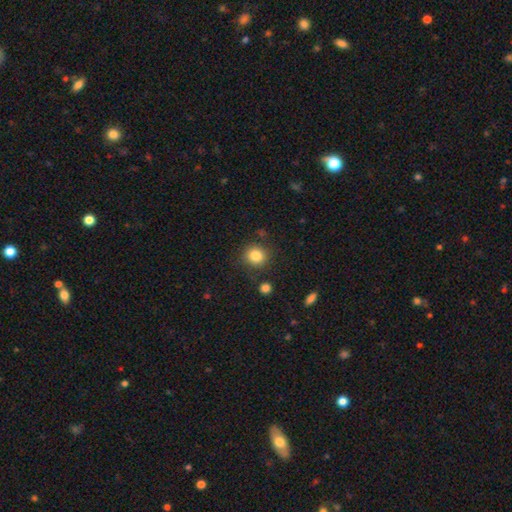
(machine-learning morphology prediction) Smooth or featured?
  - smooth: 84% *
  - star or artifact: 10%
  - featured or disk: 5%
How rounded?
  - round: 87% *
  - in between: 12%
  - cigar-shaped: 1%
Merging?
  - none: 84% *
  - minor disturbance: 9%
  - merger: 3%
  - major disturbance: 3%